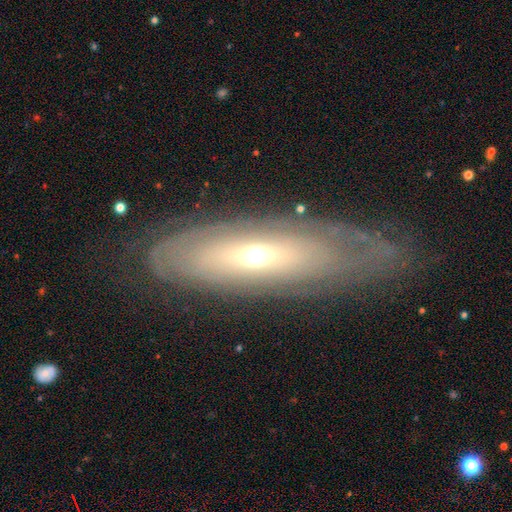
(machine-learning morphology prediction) This appears to be a featured or disk galaxy (67%). Merging: none (68%).